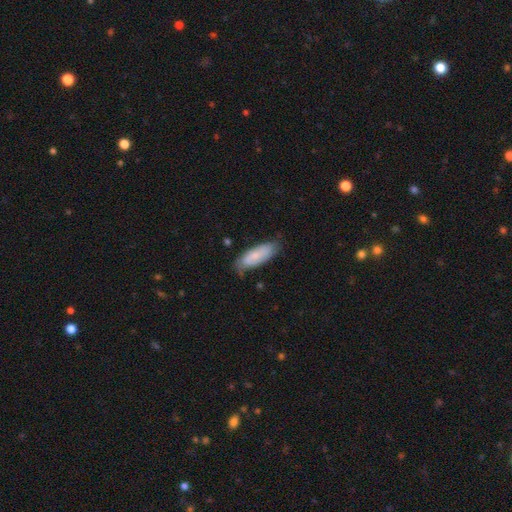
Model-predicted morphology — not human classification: Smooth or featured: smooth — 70% (featured or disk — 24%)
How rounded: in between — 67% (cigar-shaped — 32%)
Merging: none — 65% (minor disturbance — 27%)